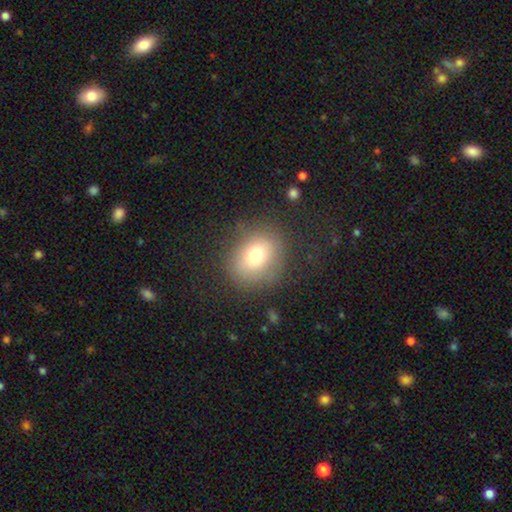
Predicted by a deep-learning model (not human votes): This is likely a smooth galaxy (74%). How rounded: likely round (64%). Merging: likely none (78%).